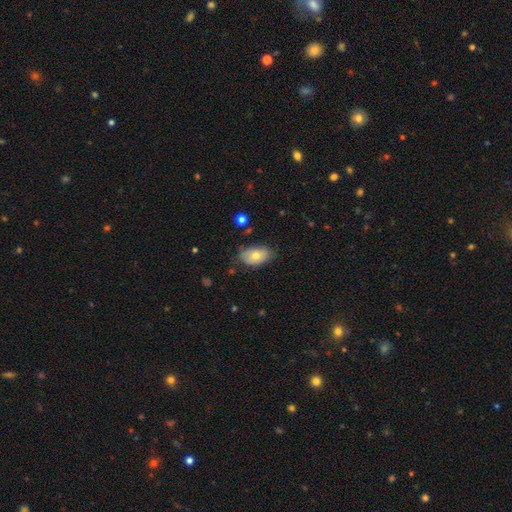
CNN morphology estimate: Smooth or featured? smooth (73%)
How rounded? in between (91%)
Merging? none (71%)